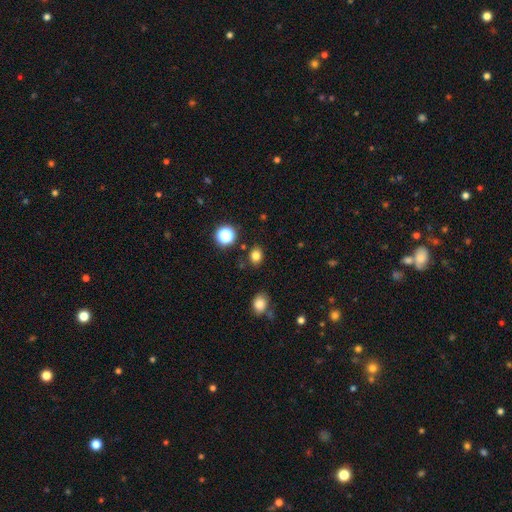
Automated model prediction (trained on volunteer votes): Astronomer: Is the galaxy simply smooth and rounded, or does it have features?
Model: smooth — 79%.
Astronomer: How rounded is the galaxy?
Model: round — 56% (runner-up: in between, 43%).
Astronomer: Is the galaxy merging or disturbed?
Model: none — 84%.